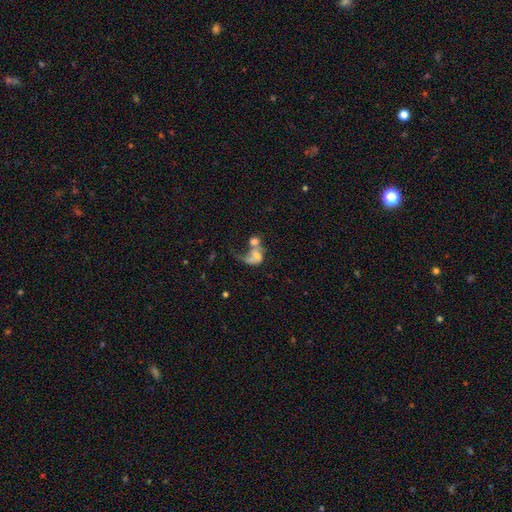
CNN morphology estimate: type=smooth (47%); merging=merger (53%).